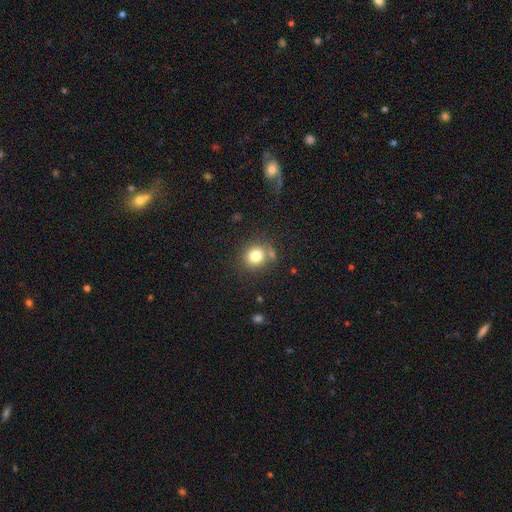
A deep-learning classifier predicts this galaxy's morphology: smooth-or-featured: smooth: 79% | star or artifact: 12% | featured or disk: 9%
  how-rounded: round: 81% | in between: 18% | cigar-shaped: 1%
  merging: none: 73% | minor disturbance: 12% | merger: 10% | major disturbance: 4%